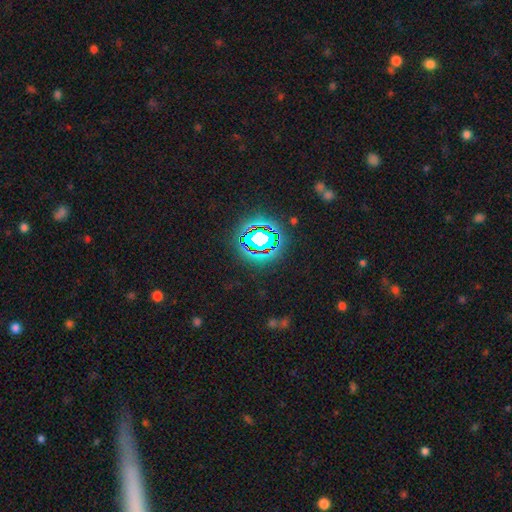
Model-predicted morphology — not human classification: star or artifact 75%, smooth 15%, featured or disk 10%.